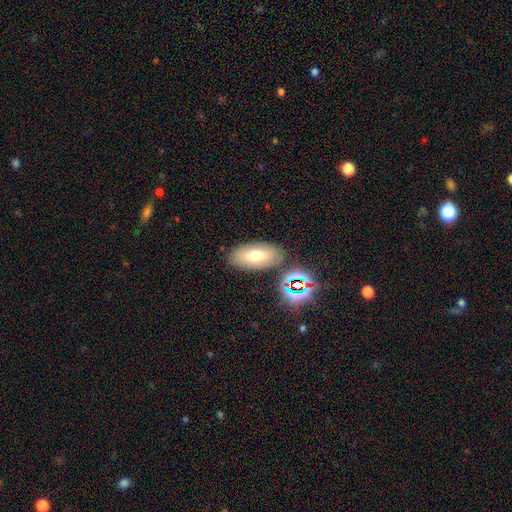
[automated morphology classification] smooth-or-featured: smooth: 64% | featured or disk: 23% | star or artifact: 13%
  how-rounded: in between: 90% | round: 5% | cigar-shaped: 5%
  merging: none: 80% | minor disturbance: 11% | merger: 6% | major disturbance: 3%